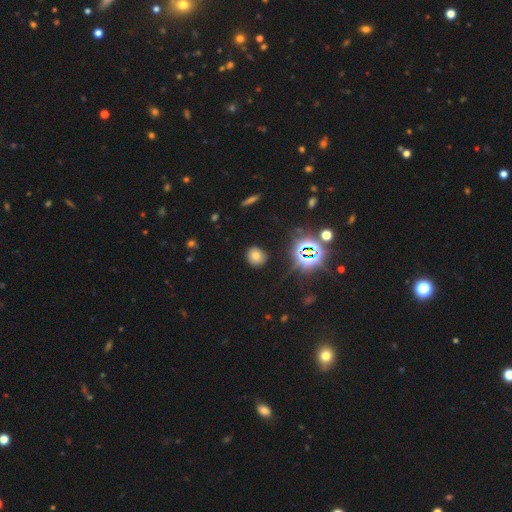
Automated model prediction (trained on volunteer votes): A smooth galaxy with no disk features (66%) that is round (77%). Merging: none (87%).